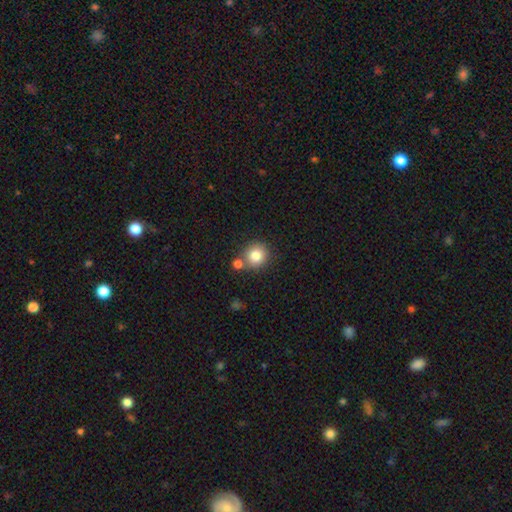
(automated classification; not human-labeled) This is clearly a smooth galaxy (81%). How rounded: clearly round (88%). Merging: likely none (65%).